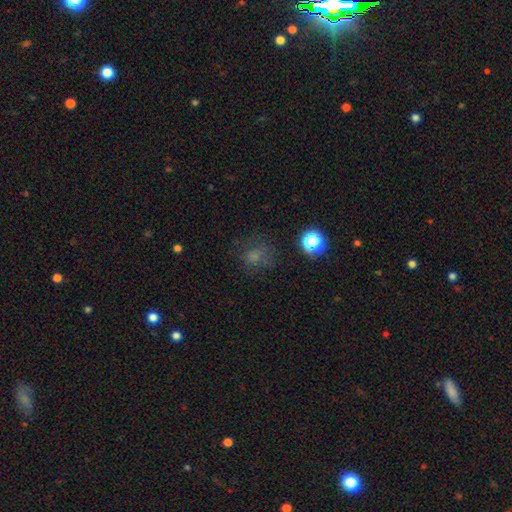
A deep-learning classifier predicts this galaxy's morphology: The model was most divided on "smooth or featured": smooth: 65%, star or artifact: 24%, featured or disk: 11%. More confident: how rounded — round (73%); merging — none (64%).